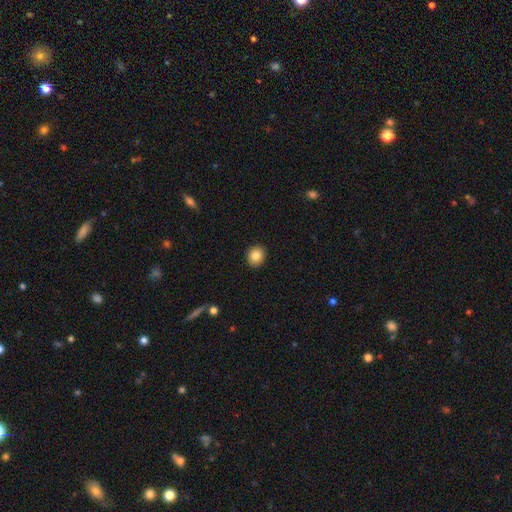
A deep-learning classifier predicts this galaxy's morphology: type=smooth (84%); roundness=round (73%); merging=none (92%).